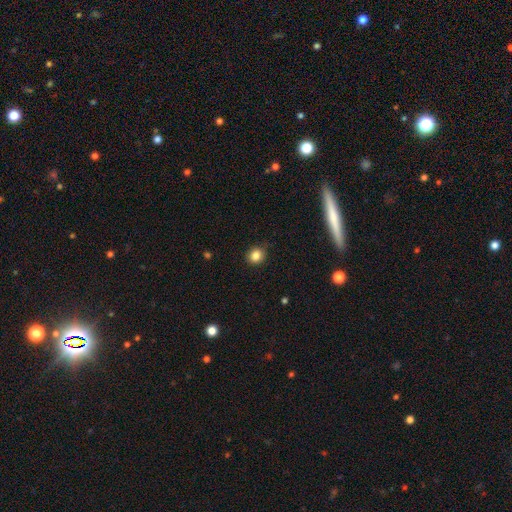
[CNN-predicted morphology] Smooth or featured? Predicted: smooth (p=0.84). How rounded? Predicted: round (p=0.76). Merging? Predicted: none (p=0.86).